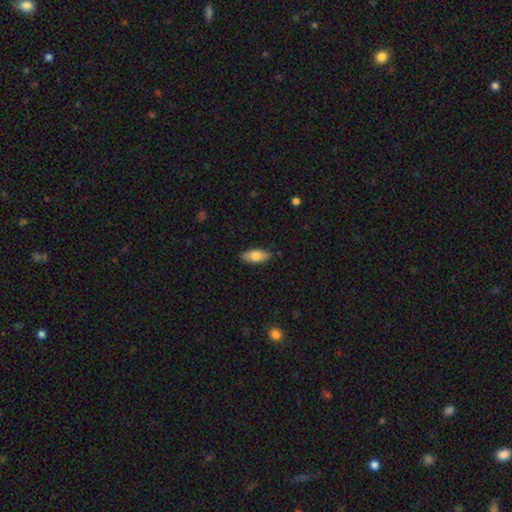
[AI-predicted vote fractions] Smooth or featured? smooth (77%)
How rounded? in between (84%)
Merging? none (86%)